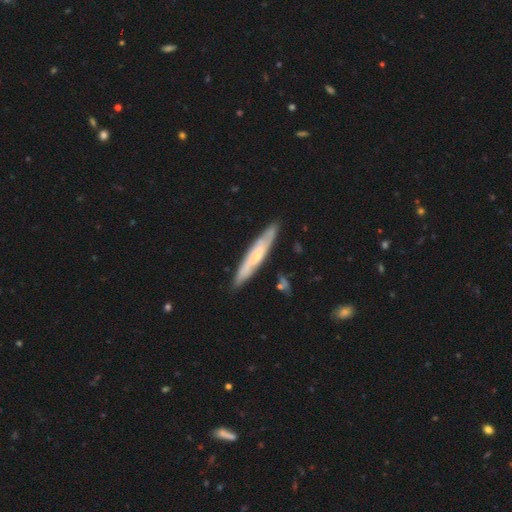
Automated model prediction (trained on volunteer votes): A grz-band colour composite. It shows a featured or disk galaxy (60%) viewed edge-on (68%). Merging: none (85%).